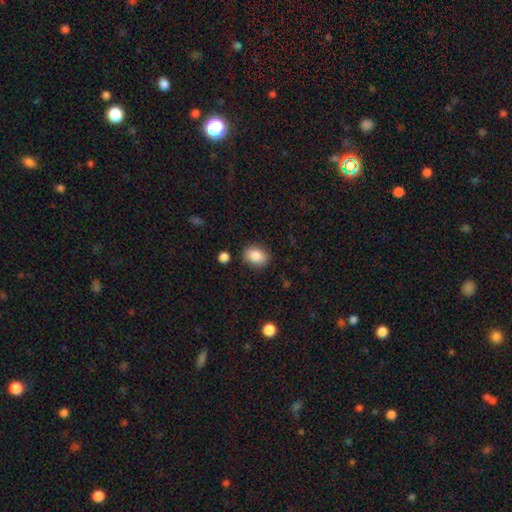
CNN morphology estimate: type=smooth (85%); roundness=in between (63%); merging=none (86%).